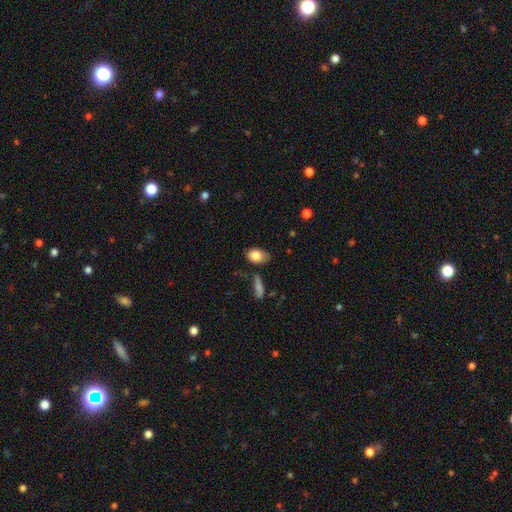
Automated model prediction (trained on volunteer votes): Smooth or featured: smooth — 82% (featured or disk — 10%)
How rounded: in between — 79% (round — 19%)
Merging: none — 59% (minor disturbance — 28%)